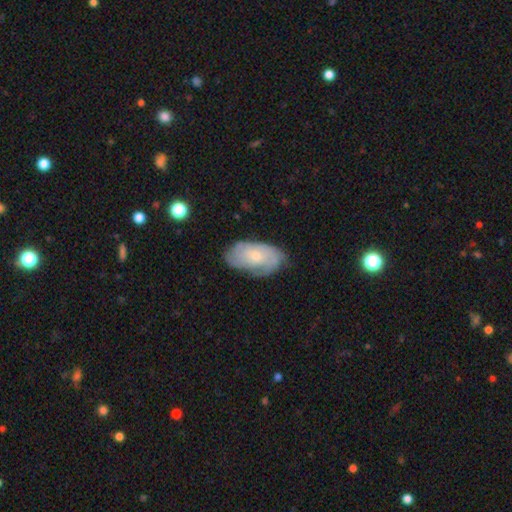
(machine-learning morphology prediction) A featured or disk galaxy (57%) with no bar (77%), spiral arms (82%) and a small central bulge (64%).

Vote fractions:
- Smooth or featured? featured or disk: 57% / smooth: 36% / star or artifact: 7%
- Edge-on disk? no: 94% / yes: 6%
- Bar? no: 77% / weak: 20% / strong: 3%
- Spiral arms? yes: 82% / no: 18%
- Bulge size? small: 64% / moderate: 30% / none: 3% / large: 2% / dominant: 1%
- Merging? none: 68% / minor disturbance: 24% / major disturbance: 7% / merger: 1%